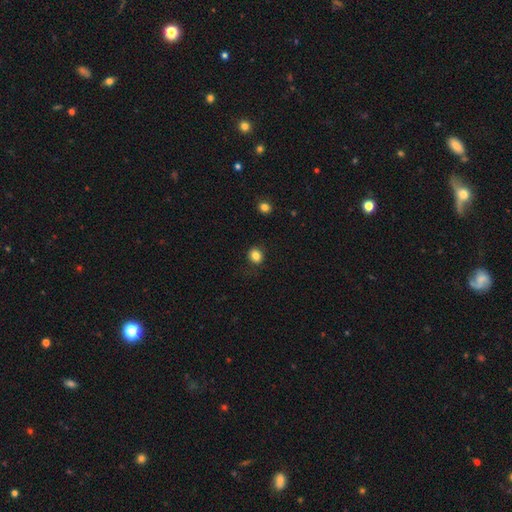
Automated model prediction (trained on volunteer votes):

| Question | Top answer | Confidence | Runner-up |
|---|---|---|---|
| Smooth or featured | smooth | 83% | star or artifact (11%) |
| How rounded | round | 69% | in between (30%) |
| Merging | none | 84% | minor disturbance (12%) |